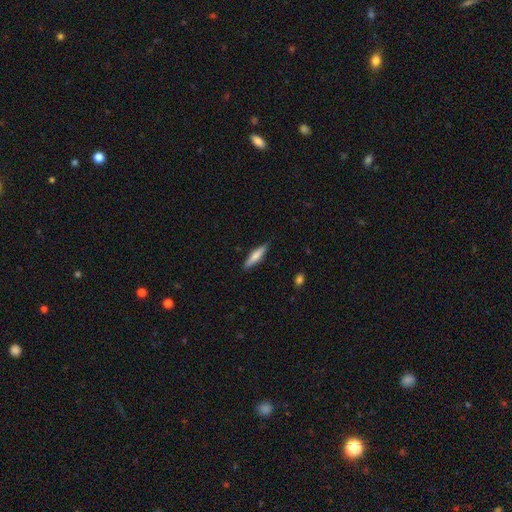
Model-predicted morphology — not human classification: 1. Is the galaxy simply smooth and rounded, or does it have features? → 69% smooth, 25% featured or disk, 6% star or artifact.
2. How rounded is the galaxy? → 79% cigar-shaped, 20% in between, 2% round.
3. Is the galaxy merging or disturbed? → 86% none, 11% minor disturbance, 2% major disturbance, 1% merger.